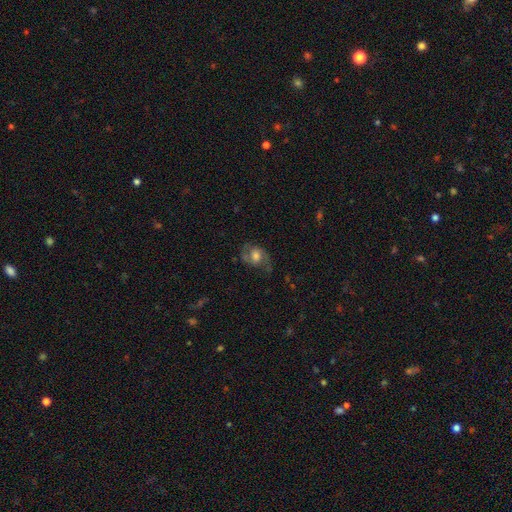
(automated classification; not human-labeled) Overall: featured or disk (54%; smooth 37%). Edge-on disk: no (95%). Bar: no (63%; weak 31%). Spiral arms: yes (79%). Bulge size: moderate (42%; large 36%). Merging: none (56%; minor disturbance 23%).